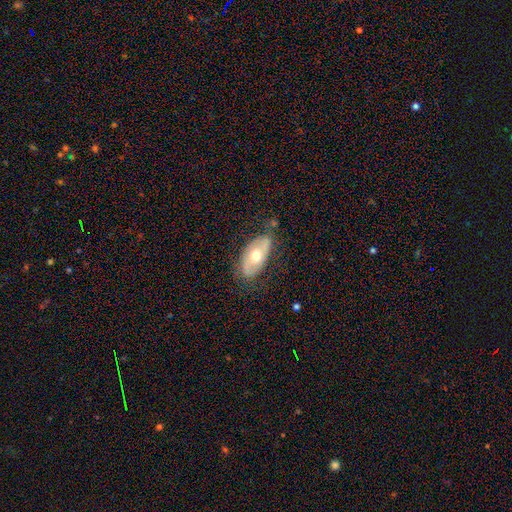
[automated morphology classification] Smooth or featured: featured or disk — 47% (tied with smooth — 47%)
Merging: none — 73% (minor disturbance — 19%)